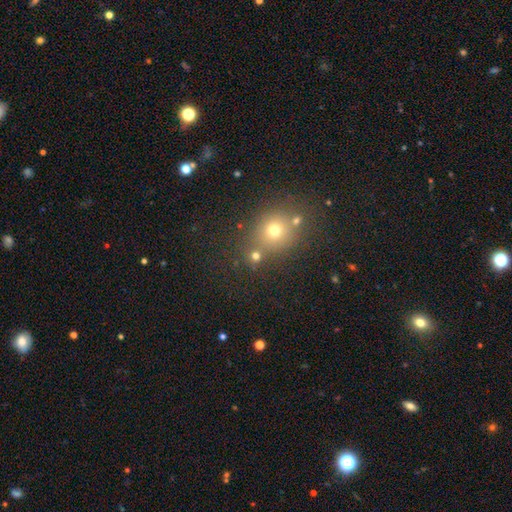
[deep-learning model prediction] Smooth or featured?
  - smooth: 69% *
  - star or artifact: 22%
  - featured or disk: 9%
How rounded?
  - round: 85% *
  - in between: 14%
  - cigar-shaped: 1%
Merging?
  - none: 67% *
  - merger: 20%
  - minor disturbance: 9%
  - major disturbance: 4%